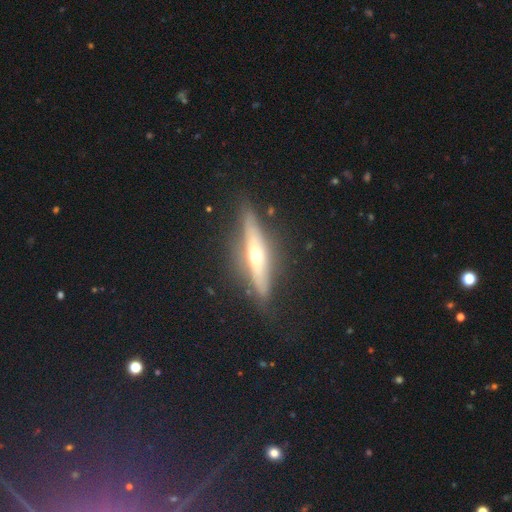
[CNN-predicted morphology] smooth-or-featured: featured or disk: 74% | smooth: 19% | star or artifact: 7%
  disk-edge-on: yes: 90% | no: 10%
    edge-on-bulge: rounded: 87% | none: 9% | boxy: 3%
  merging: none: 82% | minor disturbance: 13% | major disturbance: 4% | merger: 2%